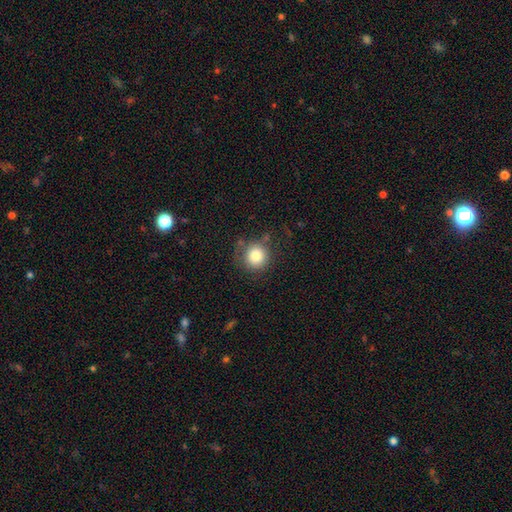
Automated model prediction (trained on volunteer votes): Smooth or featured? smooth (83%)
How rounded? round (92%)
Merging? none (75%)